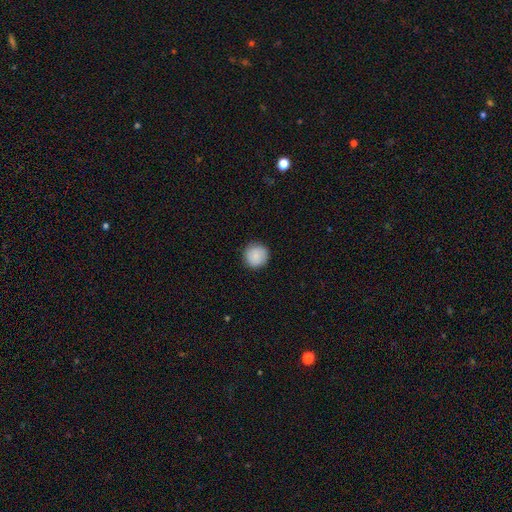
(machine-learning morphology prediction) Smooth or featured?
  - smooth: 88% *
  - star or artifact: 7%
  - featured or disk: 5%
How rounded?
  - round: 95% *
  - in between: 4%
  - cigar-shaped: 1%
Merging?
  - none: 90% *
  - minor disturbance: 7%
  - major disturbance: 2%
  - merger: 1%